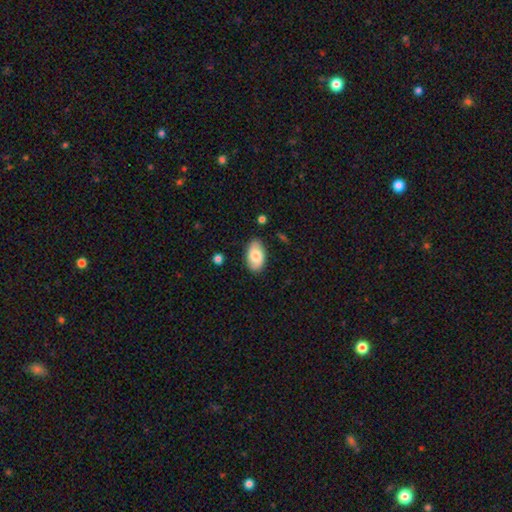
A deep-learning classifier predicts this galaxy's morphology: A smooth galaxy with no disk features (77%) that is in between round and cigar-shaped (94%).

Vote fractions:
- Smooth or featured? smooth: 77% / featured or disk: 17% / star or artifact: 6%
- How rounded? in between: 94% / round: 5% / cigar-shaped: 1%
- Merging? none: 84% / minor disturbance: 12% / major disturbance: 2% / merger: 2%